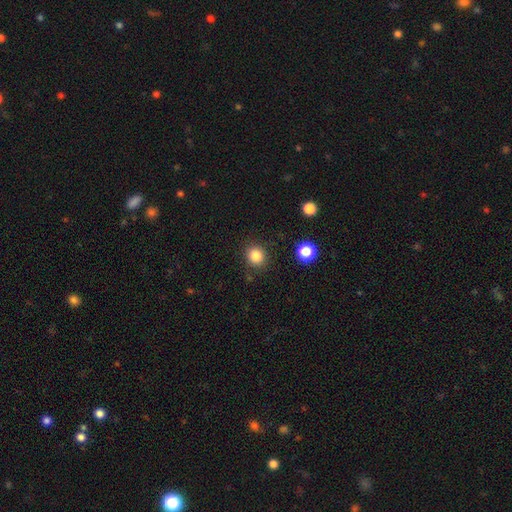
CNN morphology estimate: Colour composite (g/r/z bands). It shows a smooth galaxy with no disk features (84%) that is round (85%). Merging: none (86%).